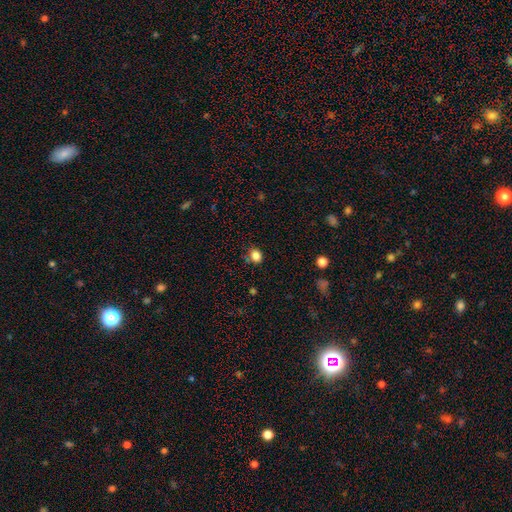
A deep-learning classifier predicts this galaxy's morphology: A smooth galaxy with no disk features (84%) that is round (51%). Merging: none (79%).